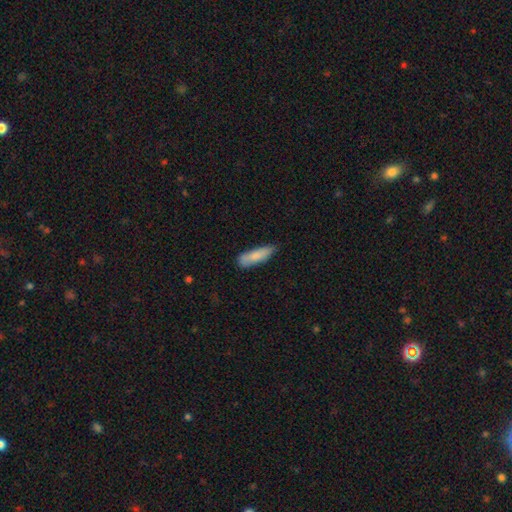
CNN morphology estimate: This appears to be a smooth galaxy with no disk features (80%) that is cigar-shaped (56%). Merging: none (68%).